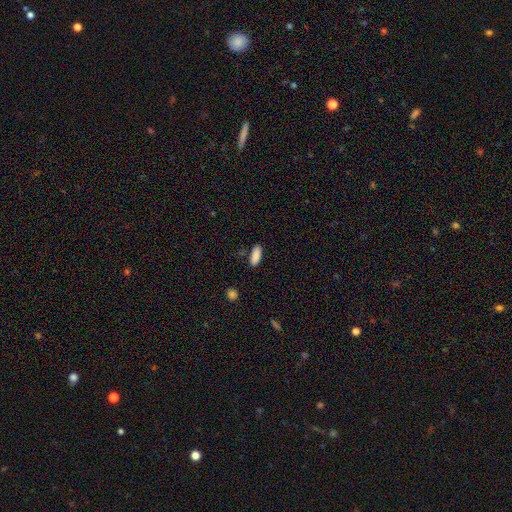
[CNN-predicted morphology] Smooth or featured: smooth — 88% (star or artifact — 7%)
How rounded: in between — 66% (cigar-shaped — 33%)
Merging: none — 83% (minor disturbance — 12%)